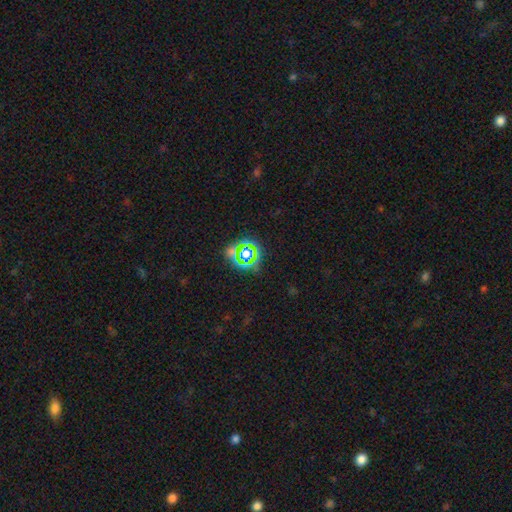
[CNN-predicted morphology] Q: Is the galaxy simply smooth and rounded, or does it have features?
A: star or artifact — 69%.